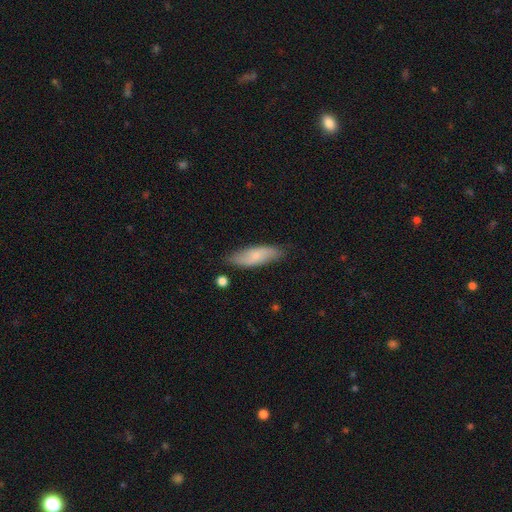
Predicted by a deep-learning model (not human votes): A smooth galaxy with no disk features (70%) that is in between round and cigar-shaped (56%). Merging: none (79%).